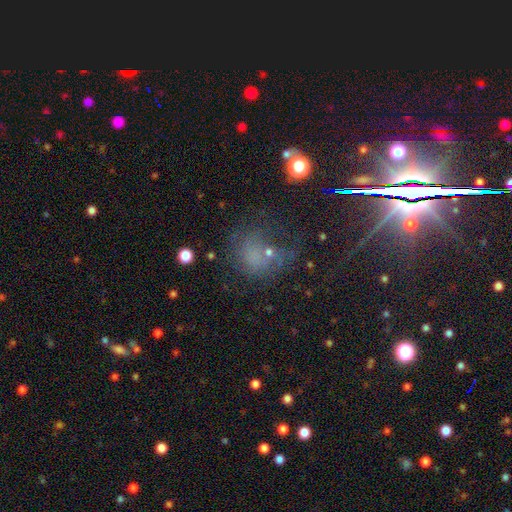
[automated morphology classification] smooth-or-featured: star or artifact: 40% | smooth: 39% | featured or disk: 21%